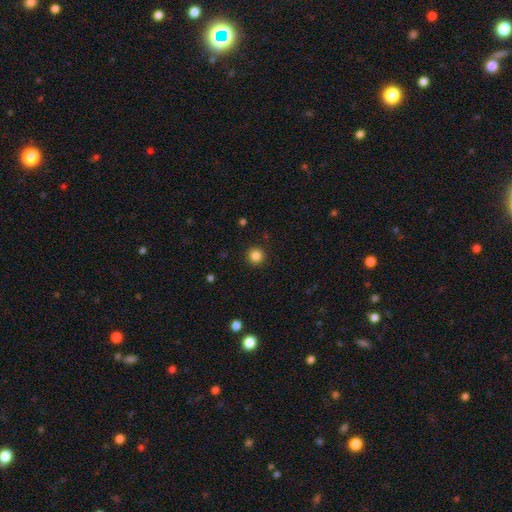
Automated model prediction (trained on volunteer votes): Morphology: type=smooth (85%); roundness=round (95%); merging=none (92%).